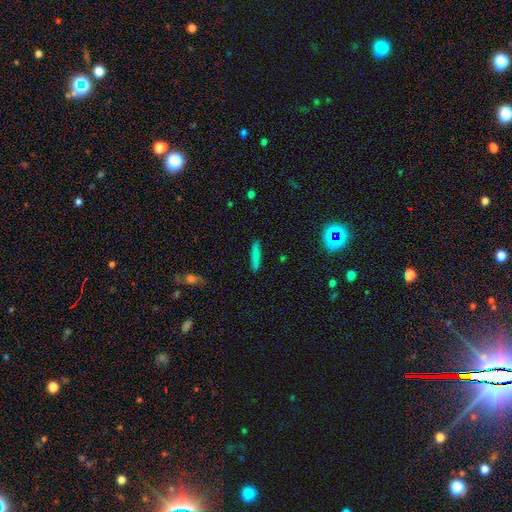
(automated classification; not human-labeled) This is likely a smooth galaxy (80%). How rounded: clearly cigar-shaped (90%). Merging: clearly none (89%).